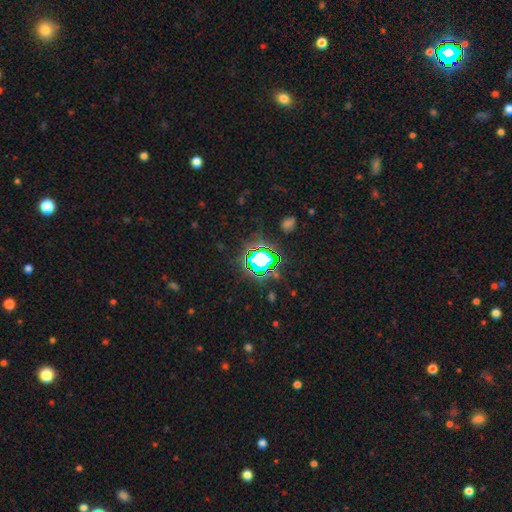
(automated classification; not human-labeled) star or artifact 73%, smooth 17%, featured or disk 10%.